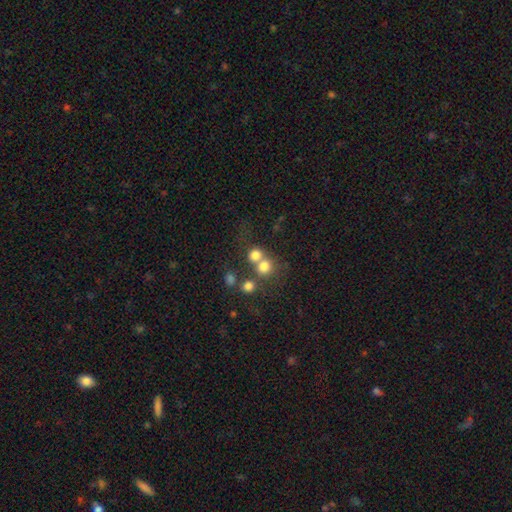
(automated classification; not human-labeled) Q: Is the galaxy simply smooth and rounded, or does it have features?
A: smooth — 74%.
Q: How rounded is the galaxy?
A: round — 79%.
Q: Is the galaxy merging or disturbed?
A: merger — 46%.